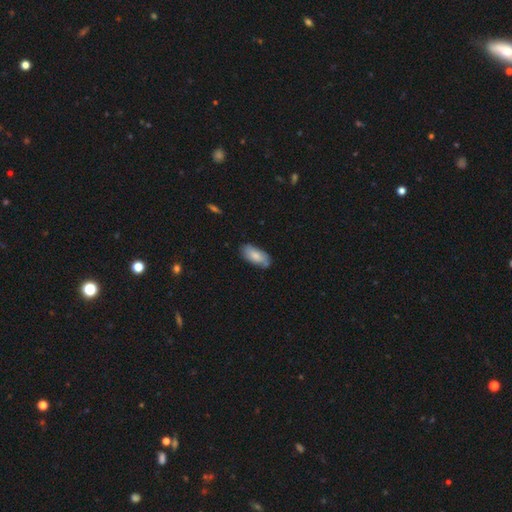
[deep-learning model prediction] smooth-or-featured: smooth: 74% | featured or disk: 20% | star or artifact: 6%
  how-rounded: in between: 89% | cigar-shaped: 9% | round: 2%
  merging: none: 68% | minor disturbance: 25% | major disturbance: 5% | merger: 2%